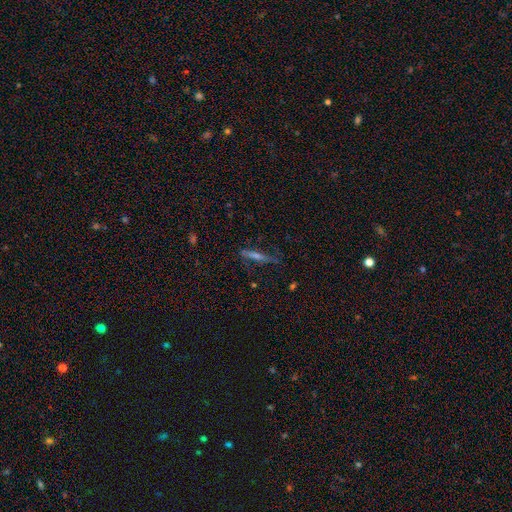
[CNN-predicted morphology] This is possibly a featured or disk galaxy (57%). It is clearly viewed edge-on (90%). Edge-on bulge: likely rounded (64%). Merging: likely none (77%).